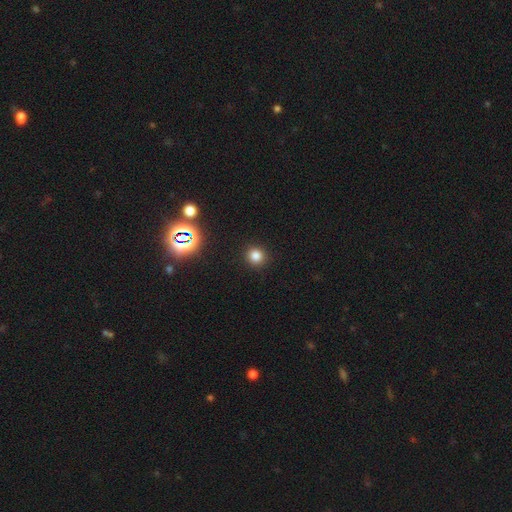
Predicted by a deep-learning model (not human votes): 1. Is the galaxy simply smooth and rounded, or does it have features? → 79% smooth, 16% star or artifact, 5% featured or disk.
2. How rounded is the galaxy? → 91% round, 8% in between, 1% cigar-shaped.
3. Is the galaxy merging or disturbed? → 91% none, 5% minor disturbance, 2% major disturbance, 1% merger.